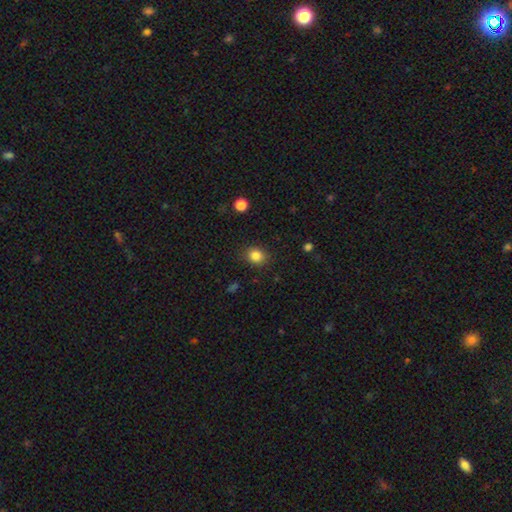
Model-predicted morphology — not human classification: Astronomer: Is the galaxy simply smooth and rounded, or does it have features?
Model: smooth — 84%.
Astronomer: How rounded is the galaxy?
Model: round — 65%.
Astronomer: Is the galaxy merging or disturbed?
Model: none — 87%.